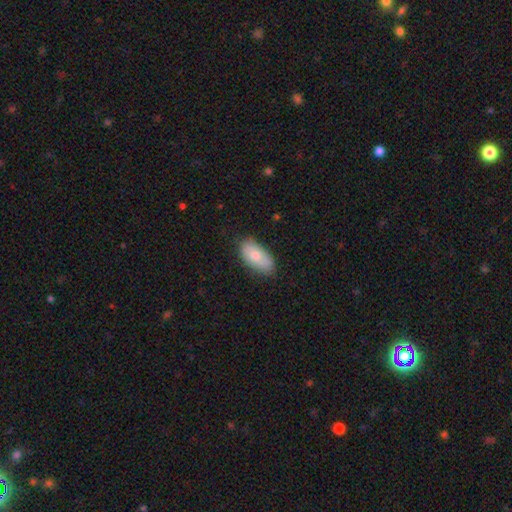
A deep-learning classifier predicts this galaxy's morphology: A smooth galaxy with no disk features (81%) that is in between round and cigar-shaped (92%).

Vote fractions:
- Smooth or featured? smooth: 81% / featured or disk: 13% / star or artifact: 6%
- How rounded? in between: 92% / cigar-shaped: 5% / round: 3%
- Merging? none: 75% / minor disturbance: 20% / major disturbance: 4% / merger: 1%